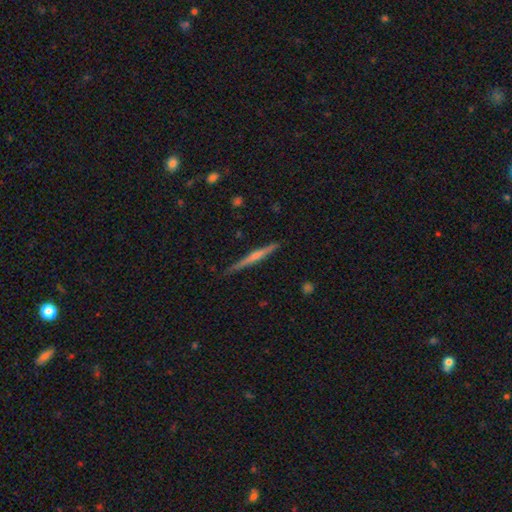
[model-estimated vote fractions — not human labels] Smooth or featured? featured or disk (67%)
Edge-on disk? yes (98%)
Edge-on bulge? rounded (64%)
Merging? none (87%)